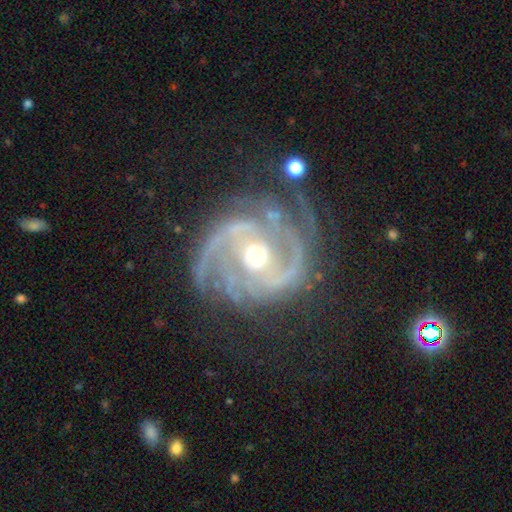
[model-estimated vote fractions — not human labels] Smooth or featured? Predicted: featured or disk (p=0.92). Edge-on disk? Predicted: no (p=0.98). Bar? Predicted: no (p=0.55). Spiral arms? Predicted: yes (p=0.98). Spiral winding? Predicted: tight (p=0.53). Spiral arm count? Predicted: 2 (p=0.51). Bulge size? Predicted: moderate (p=0.70). Merging? Predicted: none (p=0.70).